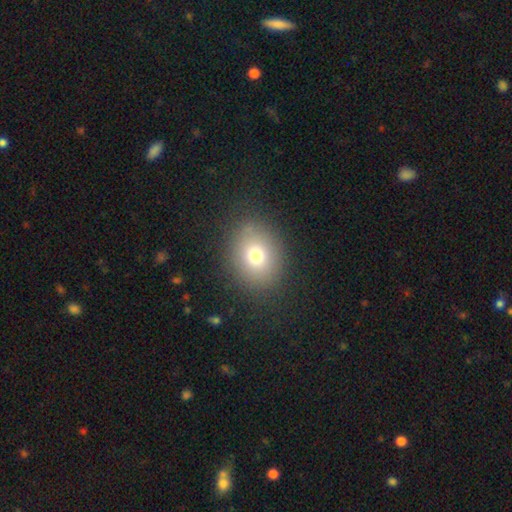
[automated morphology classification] This is likely a smooth galaxy (75%). How rounded: possibly round (58%). Merging: clearly none (85%).